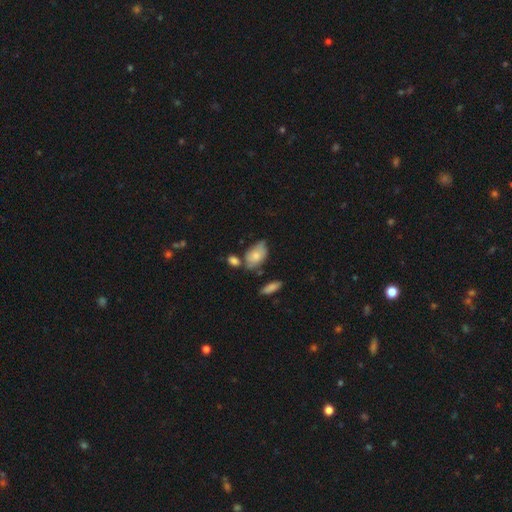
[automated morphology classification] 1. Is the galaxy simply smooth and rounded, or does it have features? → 71% smooth, 22% featured or disk, 7% star or artifact.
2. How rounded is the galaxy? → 89% in between, 8% round, 3% cigar-shaped.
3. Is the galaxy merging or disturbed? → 43% none, 31% minor disturbance, 16% merger, 10% major disturbance.